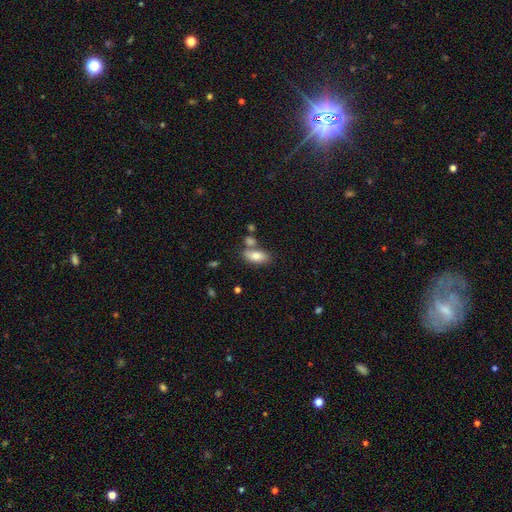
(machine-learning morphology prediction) This appears to be a smooth galaxy with no disk features (81%) that is in between round and cigar-shaped (86%). Merging: none (59%).